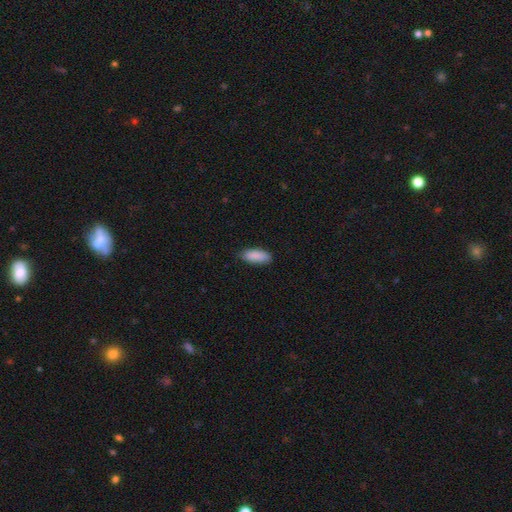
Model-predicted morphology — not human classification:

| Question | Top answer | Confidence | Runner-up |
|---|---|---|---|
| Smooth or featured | smooth | 89% | star or artifact (6%) |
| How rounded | in between | 75% | cigar-shaped (23%) |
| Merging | none | 81% | minor disturbance (15%) |